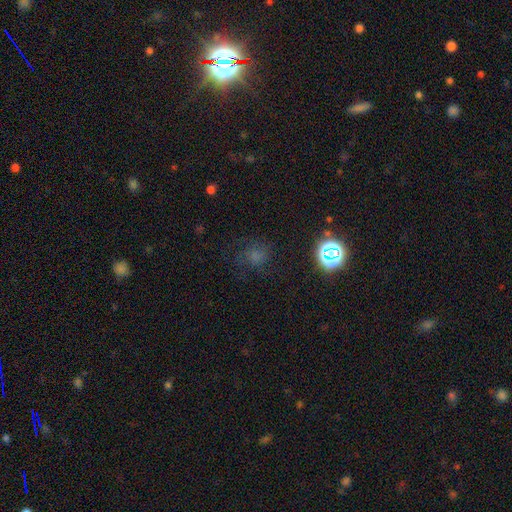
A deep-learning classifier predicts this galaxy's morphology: Smooth or featured?
  - smooth: 49% *
  - star or artifact: 36%
  - featured or disk: 15%
Merging?
  - none: 67% *
  - minor disturbance: 18%
  - major disturbance: 13%
  - merger: 2%